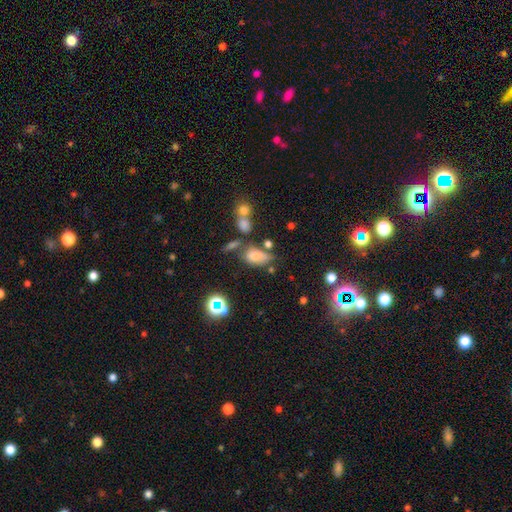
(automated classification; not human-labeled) A smooth galaxy with no disk features (70%) that is in between round and cigar-shaped (86%). Merging: none (44%).